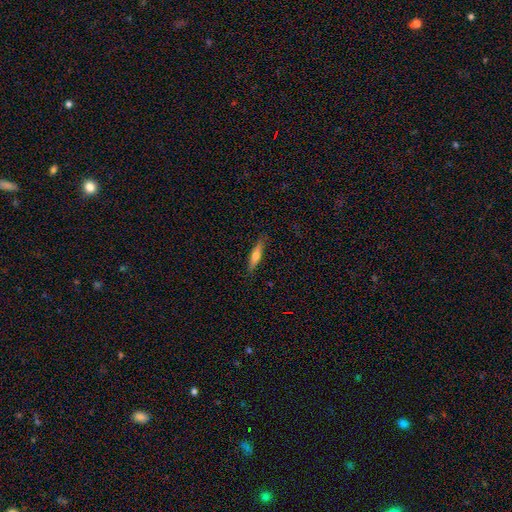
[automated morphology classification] Smooth or featured?
  - smooth: 56% *
  - featured or disk: 38%
  - star or artifact: 6%
How rounded?
  - cigar-shaped: 79% *
  - in between: 19%
  - round: 2%
Merging?
  - none: 86% *
  - minor disturbance: 11%
  - major disturbance: 2%
  - merger: 1%